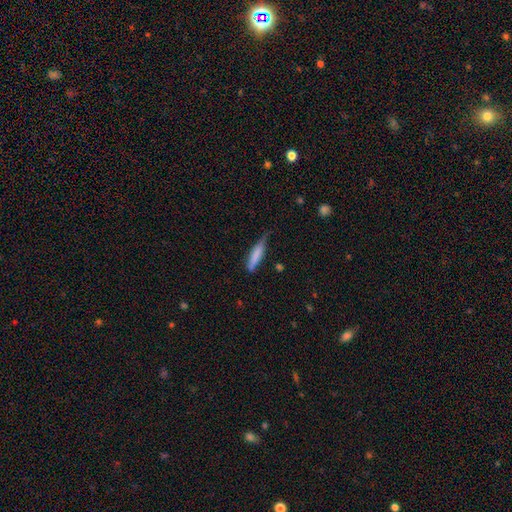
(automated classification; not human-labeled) smooth 74%, featured or disk 20%, star or artifact 6%. Down the decision tree: how rounded — cigar-shaped (82%); merging — none (49%).